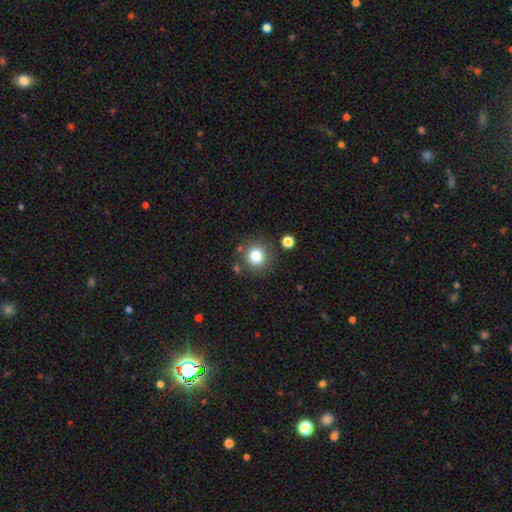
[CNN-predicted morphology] Overall: smooth (82%). How rounded: round (87%). Merging: none (81%).